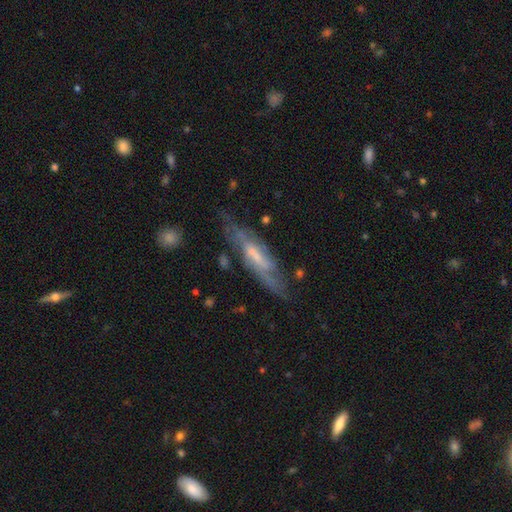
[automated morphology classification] A featured or disk galaxy (70%). Merging: none (64%).